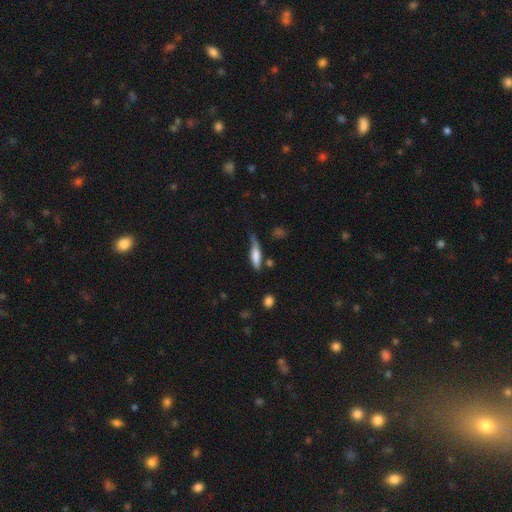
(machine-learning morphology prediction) Smooth or featured? Predicted: smooth (p=0.63). How rounded? Predicted: cigar-shaped (p=0.67). Merging? Predicted: none (p=0.47).